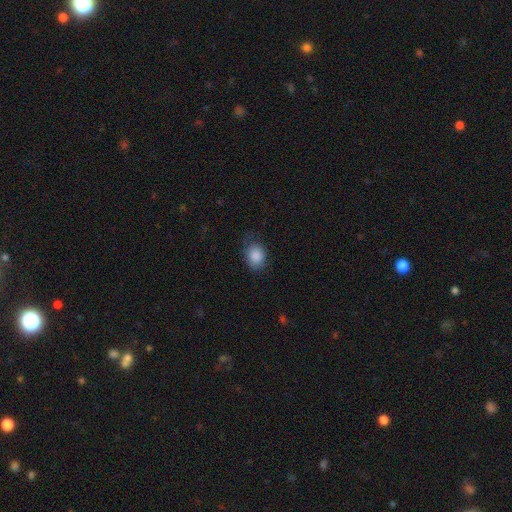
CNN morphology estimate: smooth-or-featured: smooth: 87% | star or artifact: 8% | featured or disk: 5%
  how-rounded: in between: 59% | round: 40% | cigar-shaped: 1%
  merging: none: 69% | minor disturbance: 23% | major disturbance: 7% | merger: 1%